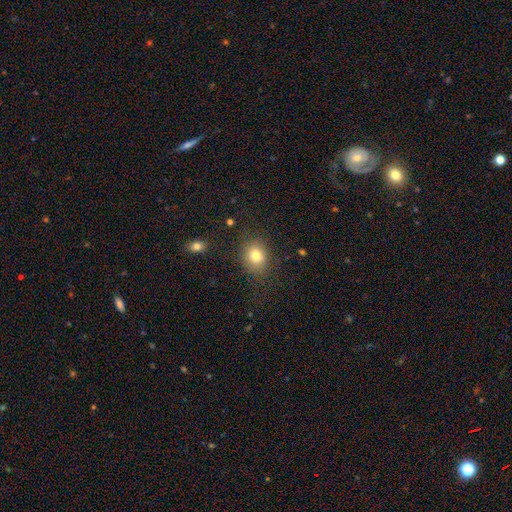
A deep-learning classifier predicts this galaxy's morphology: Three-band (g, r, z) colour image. It shows a smooth galaxy with no disk features (79%) that is round (62%). Merging: none (81%).